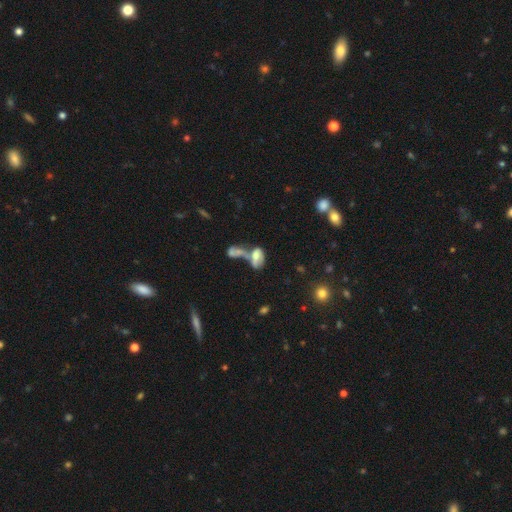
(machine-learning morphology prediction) Overall: smooth (52%; featured or disk 36%). How rounded: in between (88%). Merging: merger (60%).